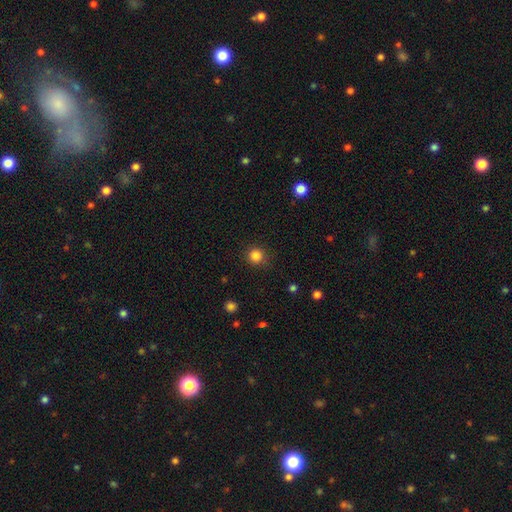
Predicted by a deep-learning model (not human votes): Smooth or featured? Predicted: smooth (p=0.85). How rounded? Predicted: round (p=0.94). Merging? Predicted: none (p=0.87).